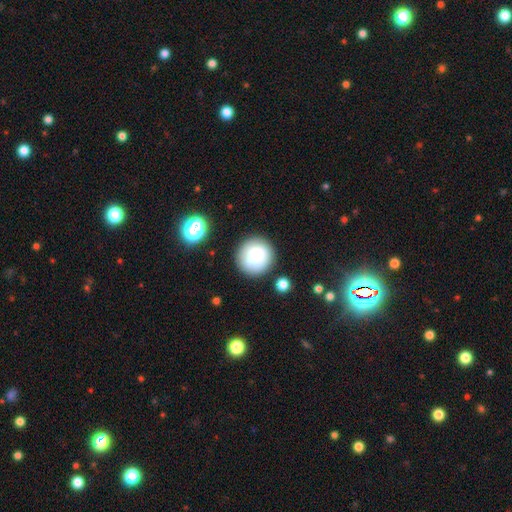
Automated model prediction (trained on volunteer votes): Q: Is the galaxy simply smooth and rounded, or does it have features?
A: smooth — 80%.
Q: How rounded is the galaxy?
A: round — 95%.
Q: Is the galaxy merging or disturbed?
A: none — 83%.